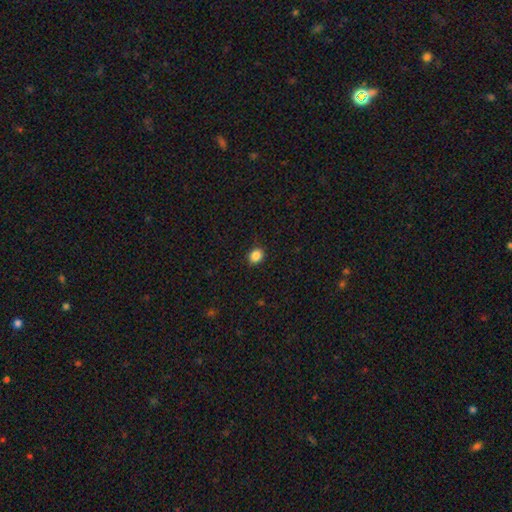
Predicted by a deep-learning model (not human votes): smooth-or-featured: smooth: 86% | star or artifact: 11% | featured or disk: 3%
  how-rounded: round: 68% | in between: 31% | cigar-shaped: 1%
  merging: none: 89% | minor disturbance: 8% | major disturbance: 2% | merger: 1%